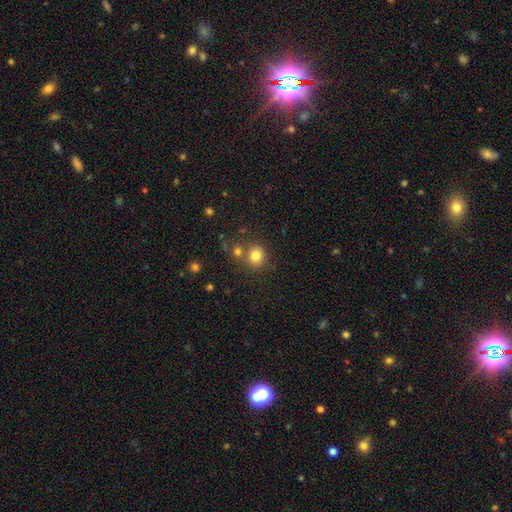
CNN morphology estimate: smooth 80%, star or artifact 13%, featured or disk 7%. Down the decision tree: how rounded — round (86%); merging — none (69%).